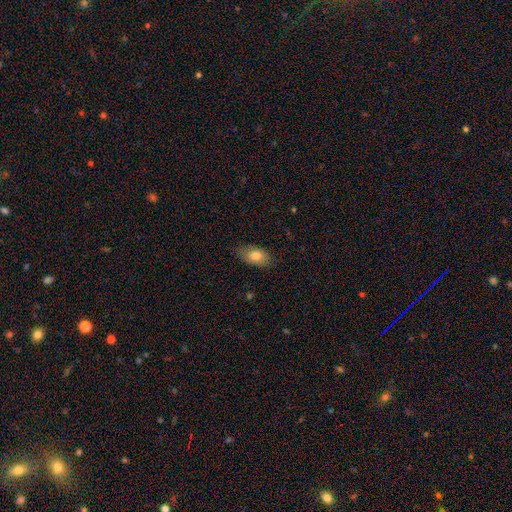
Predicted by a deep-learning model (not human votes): This is likely a smooth galaxy (79%). How rounded: clearly in between (92%). Merging: likely none (79%).